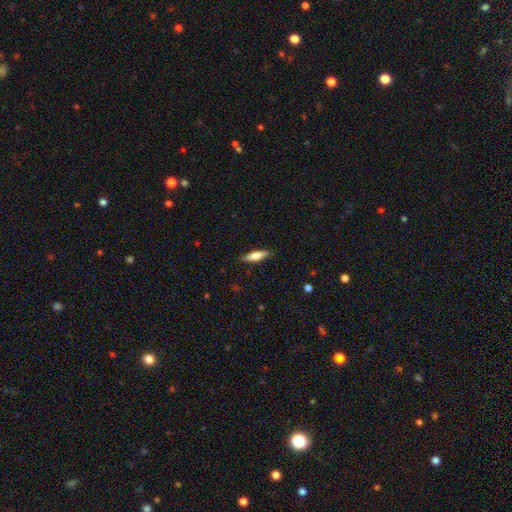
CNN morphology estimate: smooth-or-featured: smooth: 67% | featured or disk: 26% | star or artifact: 6%
  how-rounded: cigar-shaped: 60% | in between: 38% | round: 2%
  merging: none: 86% | minor disturbance: 11% | major disturbance: 2% | merger: 1%